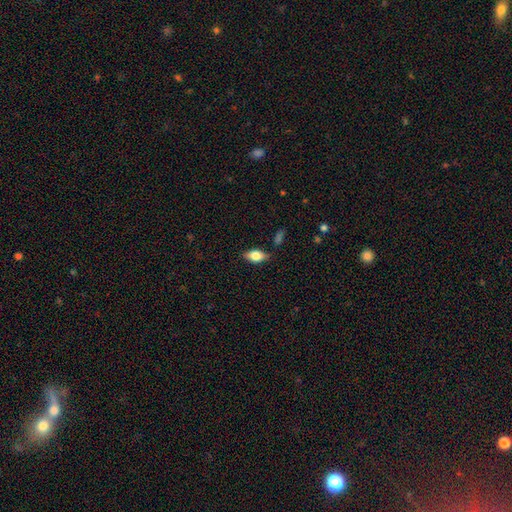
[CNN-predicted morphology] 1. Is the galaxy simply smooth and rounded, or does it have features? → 71% smooth, 21% featured or disk, 8% star or artifact.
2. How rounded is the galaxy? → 86% in between, 8% cigar-shaped, 6% round.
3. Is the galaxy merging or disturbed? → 81% none, 14% minor disturbance, 3% major disturbance, 3% merger.